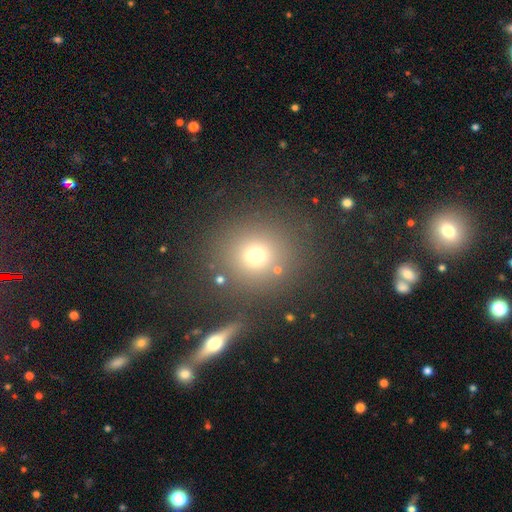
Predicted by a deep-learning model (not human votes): This appears to be a smooth galaxy with no disk features (70%) that is round (90%). Merging: none (80%).